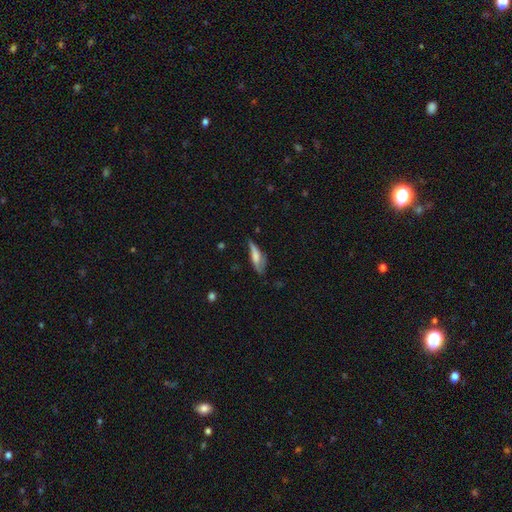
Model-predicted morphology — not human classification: This is possibly a smooth galaxy (51%). How rounded: possibly cigar-shaped (51%). Merging: marginally none (38%).